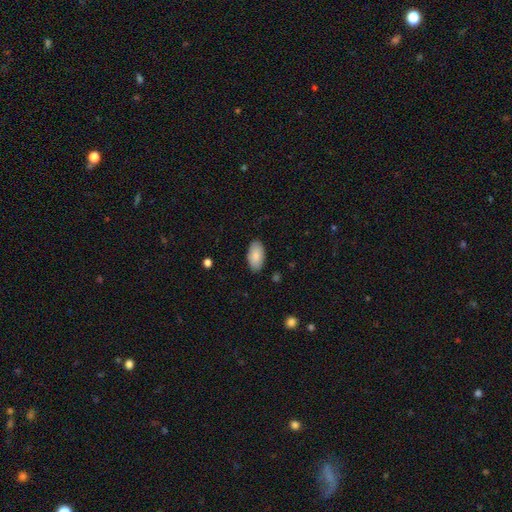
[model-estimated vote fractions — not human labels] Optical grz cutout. It shows a smooth galaxy with no disk features (87%) that is in between round and cigar-shaped (96%). Merging: none (87%).